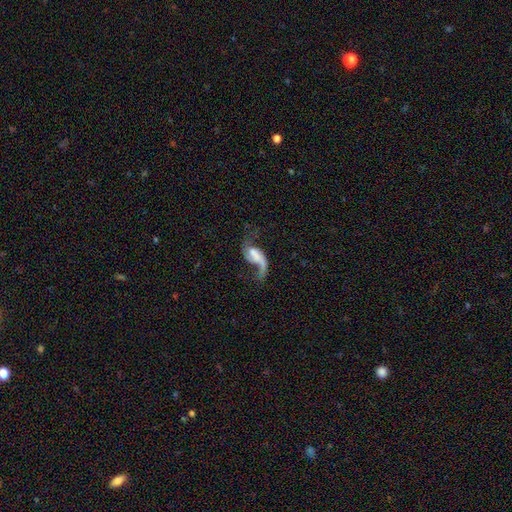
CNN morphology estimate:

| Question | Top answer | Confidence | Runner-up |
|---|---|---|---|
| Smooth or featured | featured or disk | 72% | smooth (20%) |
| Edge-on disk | no | 96% | yes (4%) |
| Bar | no | 44% | weak (35%) |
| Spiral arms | yes | 87% | no (13%) |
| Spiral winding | loose | 84% | medium (12%) |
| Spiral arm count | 2 | 57% | 1 (39%) |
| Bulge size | none | 43% | small (23%) |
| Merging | major disturbance | 41% | none (34%) |